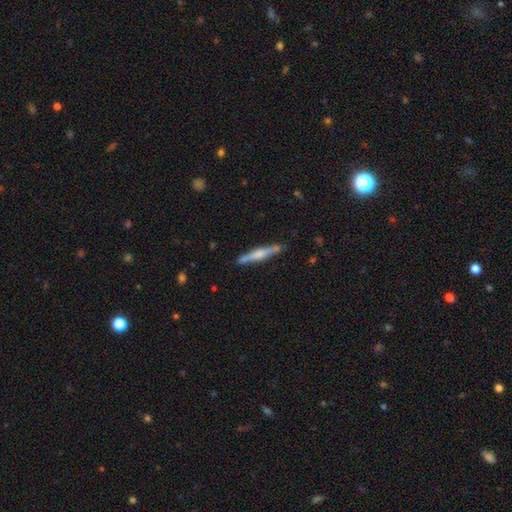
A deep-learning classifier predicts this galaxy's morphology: featured or disk 62%, smooth 32%, star or artifact 6%. Down the decision tree: edge-on disk — yes (97%); edge-on bulge — rounded (67%); merging — none (87%).